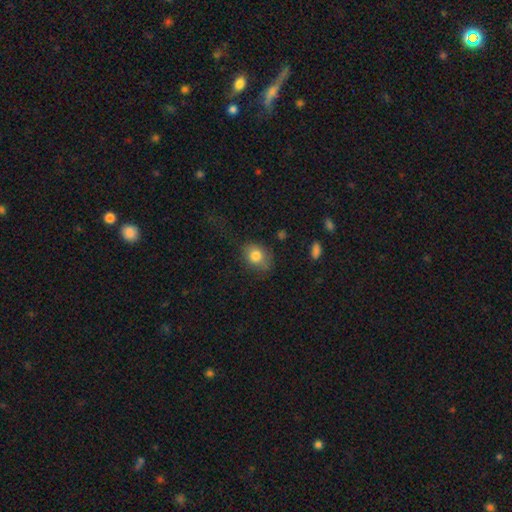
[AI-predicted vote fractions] smooth_or_featured: smooth (p=0.81) [alt: featured or disk p=0.10]
how_rounded: in between (p=0.55) [alt: round p=0.43]
merging: none (p=0.67) [alt: minor disturbance p=0.23]